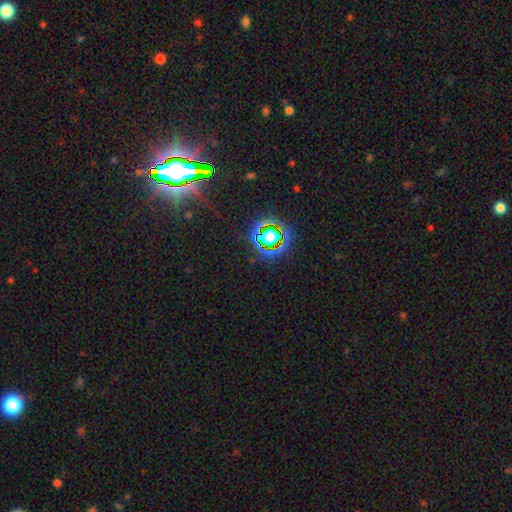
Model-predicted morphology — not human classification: Overall: star or artifact (81%).